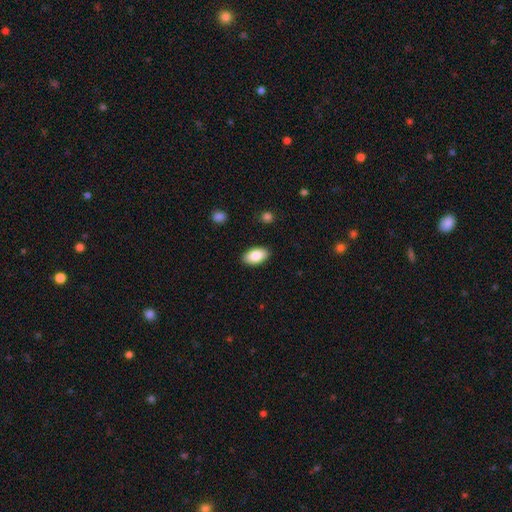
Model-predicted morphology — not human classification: type=smooth (85%); roundness=in between (94%); merging=none (89%).